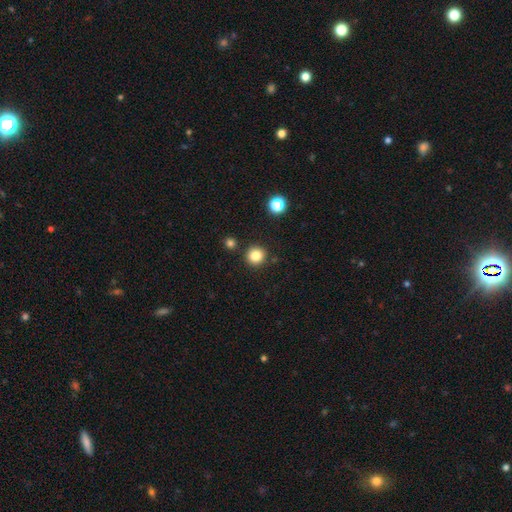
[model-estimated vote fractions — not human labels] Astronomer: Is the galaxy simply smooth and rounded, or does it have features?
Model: smooth — 84%.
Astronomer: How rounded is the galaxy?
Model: round — 94%.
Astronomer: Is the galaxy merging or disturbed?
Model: none — 88%.